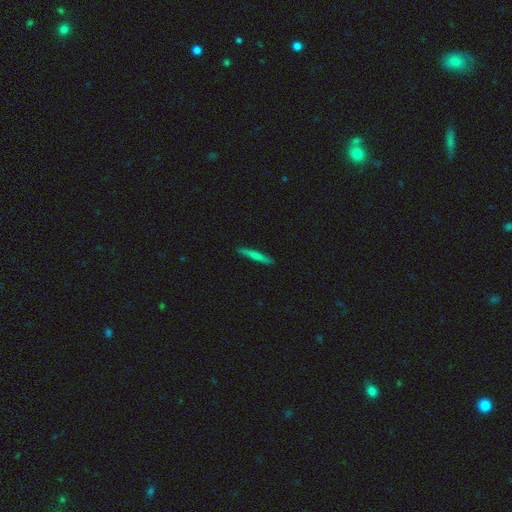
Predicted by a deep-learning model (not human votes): This appears to be a smooth galaxy with no disk features (66%) that is cigar-shaped (95%). Merging: none (89%).